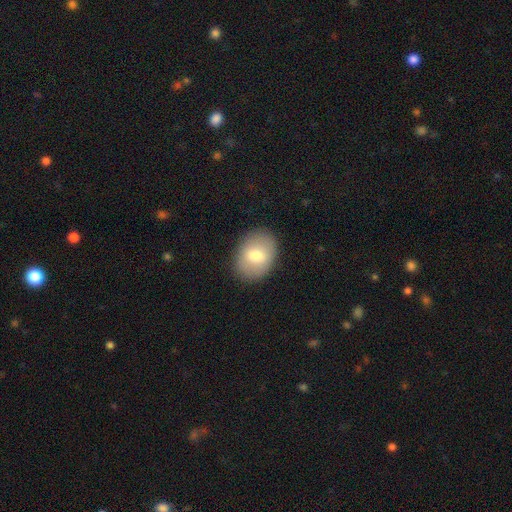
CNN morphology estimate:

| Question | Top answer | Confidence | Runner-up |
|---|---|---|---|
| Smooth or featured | smooth | 71% | featured or disk (22%) |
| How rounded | in between | 67% | round (32%) |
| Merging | none | 87% | minor disturbance (9%) |